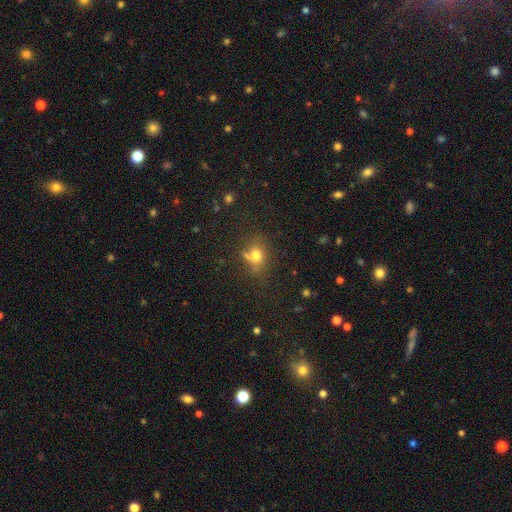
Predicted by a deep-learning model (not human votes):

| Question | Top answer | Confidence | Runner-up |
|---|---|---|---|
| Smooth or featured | smooth | 71% | star or artifact (17%) |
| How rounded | round | 53% | in between (45%) |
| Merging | none | 51% | minor disturbance (20%) |